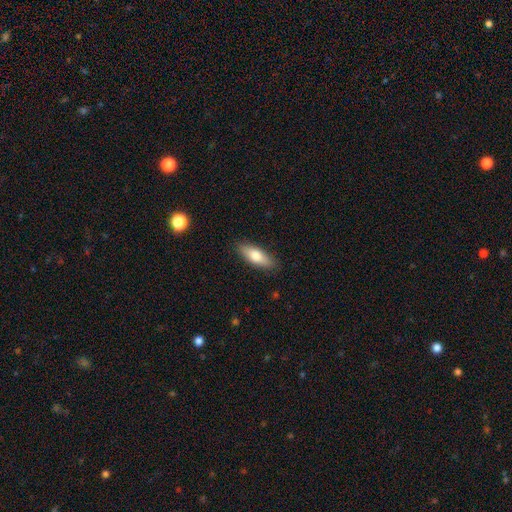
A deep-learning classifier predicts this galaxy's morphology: Smooth or featured?
  - smooth: 75% *
  - featured or disk: 19%
  - star or artifact: 6%
How rounded?
  - in between: 62% *
  - cigar-shaped: 36%
  - round: 2%
Merging?
  - none: 87% *
  - minor disturbance: 10%
  - major disturbance: 2%
  - merger: 1%